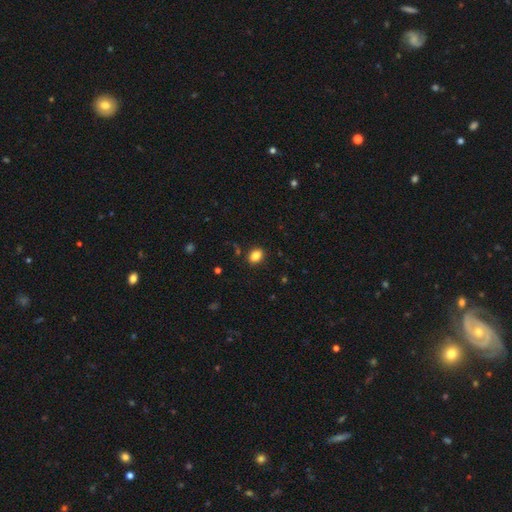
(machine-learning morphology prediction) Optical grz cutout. It shows a smooth galaxy with no disk features (86%) that is in between round and cigar-shaped (70%). Merging: none (87%).